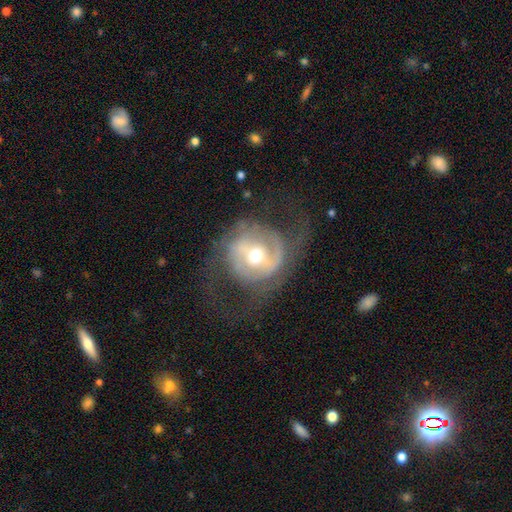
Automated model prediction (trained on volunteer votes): Smooth or featured? Predicted: featured or disk (p=0.70). Edge-on disk? Predicted: no (p=0.96). Bar? Predicted: no (p=0.43). Spiral arms? Predicted: yes (p=0.68). Bulge size? Predicted: moderate (p=0.66). Merging? Predicted: none (p=0.49).